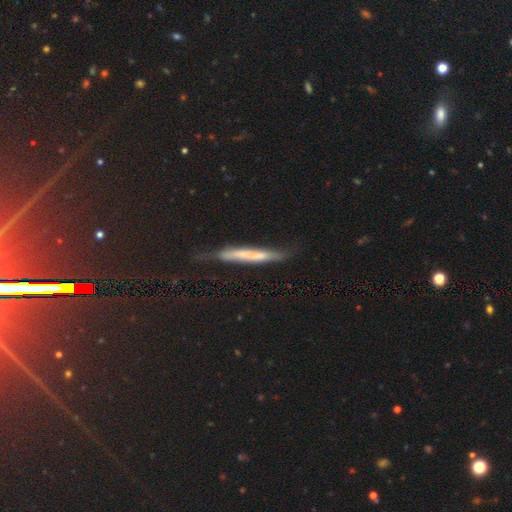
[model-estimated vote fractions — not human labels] Smooth or featured: featured or disk — 45% (tied with smooth — 45%)
Merging: none — 60% (minor disturbance — 28%)